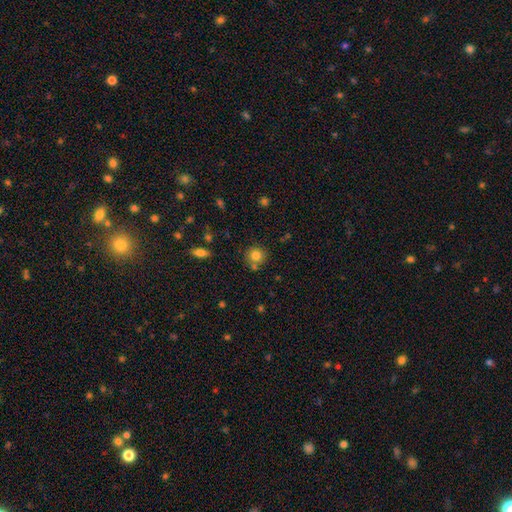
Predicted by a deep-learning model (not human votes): smooth 81%, star or artifact 11%, featured or disk 8%. Down the decision tree: how rounded — round (89%); merging — none (73%).